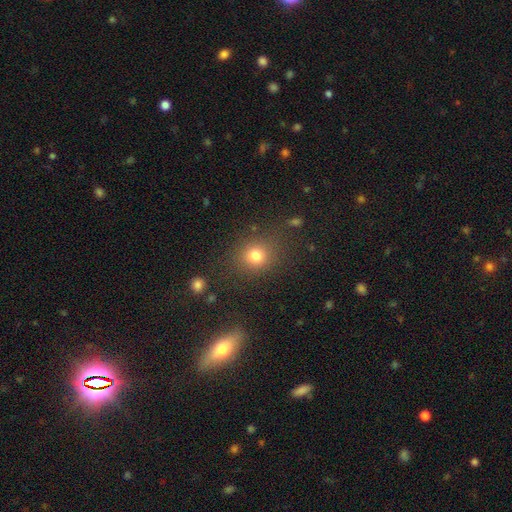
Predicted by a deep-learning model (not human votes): A smooth galaxy with no disk features (78%) that is round (79%).

Vote fractions:
- Smooth or featured? smooth: 78% / star or artifact: 15% / featured or disk: 7%
- How rounded? round: 79% / in between: 20% / cigar-shaped: 1%
- Merging? none: 80% / minor disturbance: 11% / major disturbance: 6% / merger: 4%